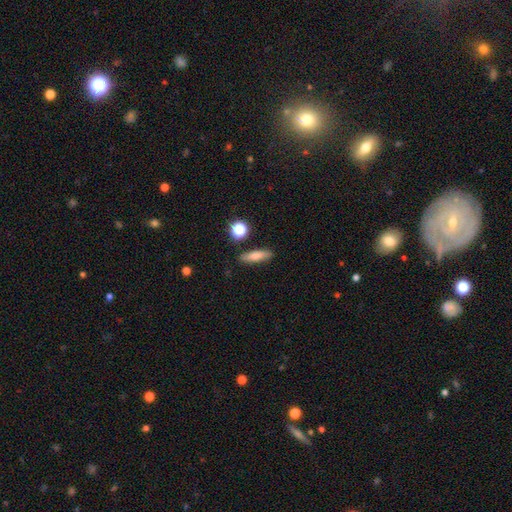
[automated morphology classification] Smooth or featured? Predicted: smooth (p=0.74). How rounded? Predicted: cigar-shaped (p=0.63). Merging? Predicted: none (p=0.86).